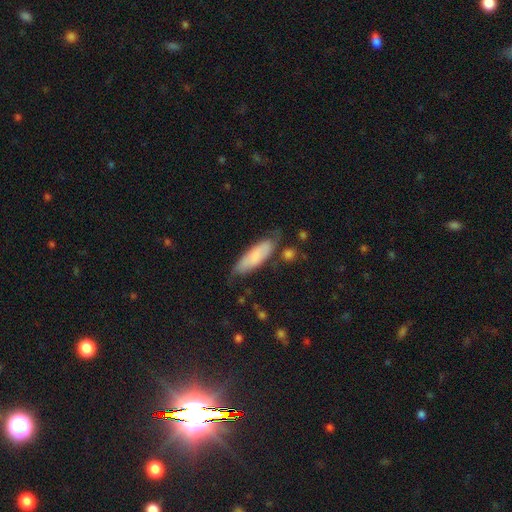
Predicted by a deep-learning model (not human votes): A smooth galaxy with no disk features (73%) that is in between round and cigar-shaped (49%, tied with cigar-shaped). Merging: none (64%).